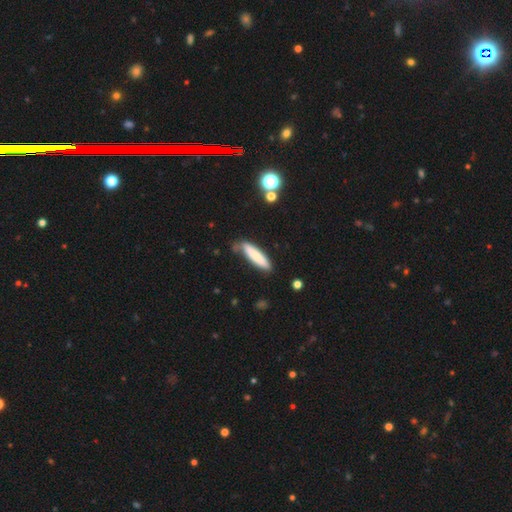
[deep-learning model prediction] Morphology: type=smooth (78%); roundness=cigar-shaped (75%); merging=none (69%).